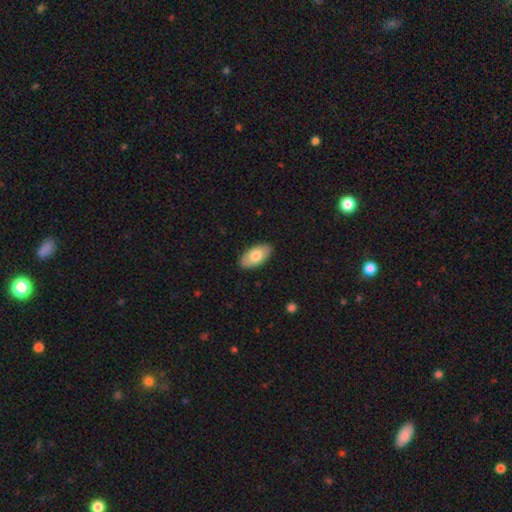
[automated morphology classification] Smooth or featured? Predicted: smooth (p=0.73). How rounded? Predicted: in between (p=0.95). Merging? Predicted: none (p=0.87).